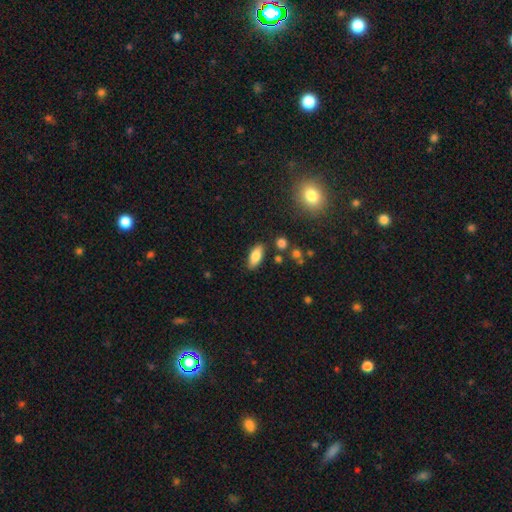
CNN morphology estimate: smooth_or_featured: smooth (p=0.80) [alt: featured or disk p=0.12]
how_rounded: in between (p=0.82) [alt: cigar-shaped p=0.16]
merging: none (p=0.84) [alt: minor disturbance p=0.11]